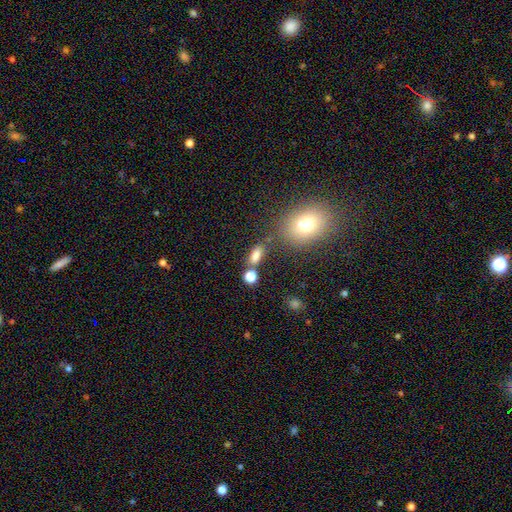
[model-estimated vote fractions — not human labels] The model was most divided on "merging": none: 61%, merger: 19%, minor disturbance: 14%, major disturbance: 7%. More confident: smooth or featured — smooth (79%); how rounded — in between (73%).